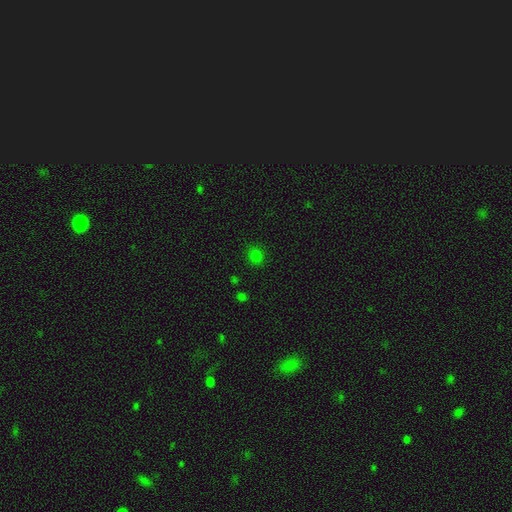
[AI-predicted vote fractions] Smooth or featured? Predicted: smooth (p=0.77). How rounded? Predicted: round (p=0.80). Merging? Predicted: none (p=0.87).